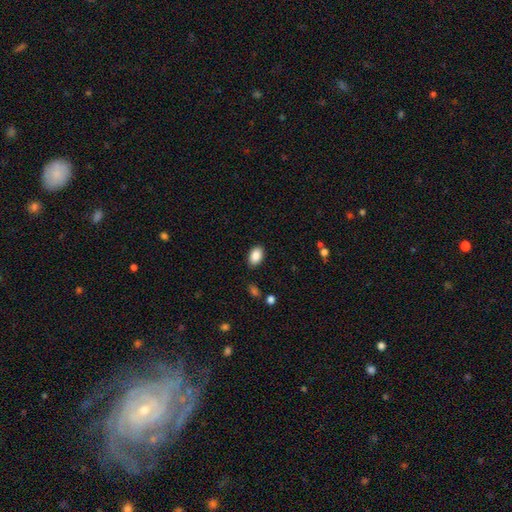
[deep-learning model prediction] smooth_or_featured: smooth (p=0.88) [alt: star or artifact p=0.08]
how_rounded: in between (p=0.90) [alt: round p=0.09]
merging: none (p=0.86) [alt: minor disturbance p=0.10]